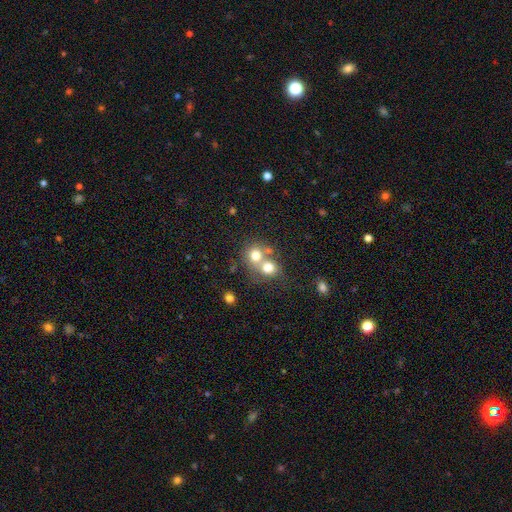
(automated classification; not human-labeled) Smooth or featured: smooth — 73% (featured or disk — 15%)
How rounded: round — 78% (in between — 21%)
Merging: merger — 58% (none — 32%)